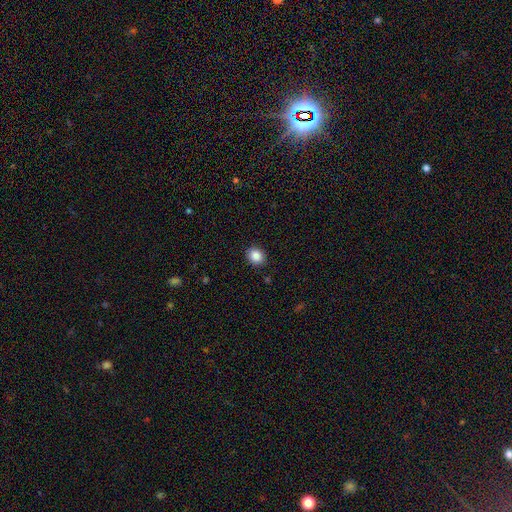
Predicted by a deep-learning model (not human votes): Smooth or featured? smooth (87%)
How rounded? round (62%)
Merging? none (90%)